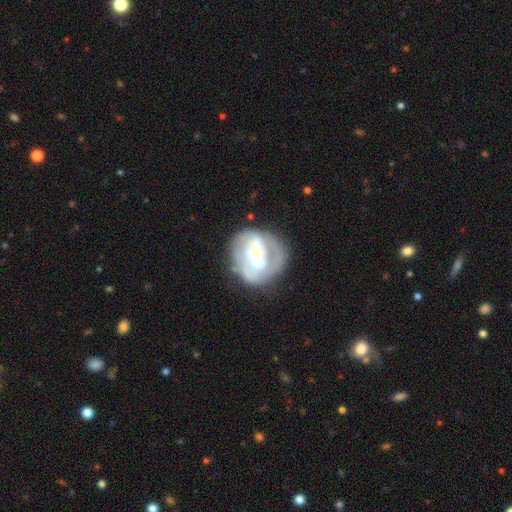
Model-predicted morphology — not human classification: Overall: featured or disk (72%). Edge-on disk: no (97%). Bar: no (39%; weak 38%). Spiral arms: yes (76%). Spiral arm count: 2 (43%; can't tell 32%). Spiral winding: tight (49%; medium 36%). Bulge size: small (63%; moderate 26%). Merging: none (60%; minor disturbance 21%).